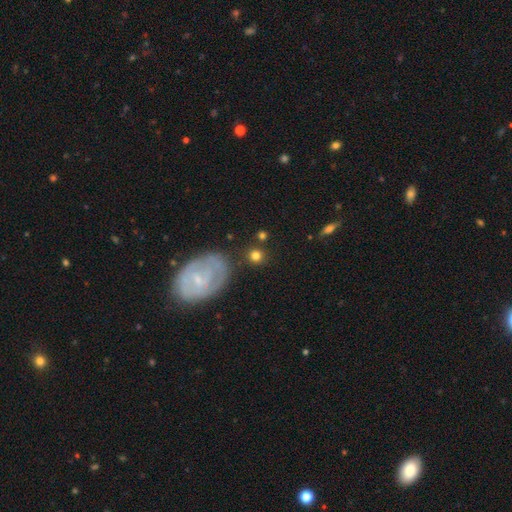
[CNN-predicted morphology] Smooth or featured? smooth (76%)
How rounded? round (88%)
Merging? none (81%)